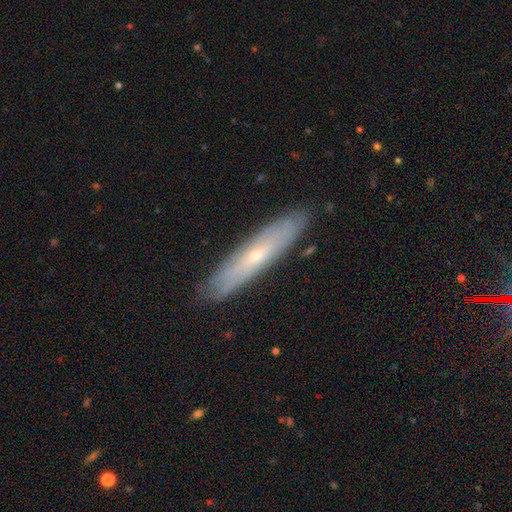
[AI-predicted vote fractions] Smooth or featured? featured or disk (58%)
Edge-on disk? yes (63%)
Merging? none (87%)